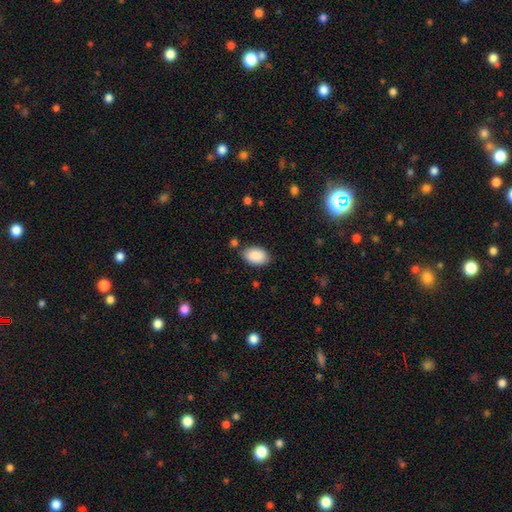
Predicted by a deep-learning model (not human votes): This appears to be a smooth galaxy with no disk features (90%) that is in between round and cigar-shaped (92%). Merging: none (83%).